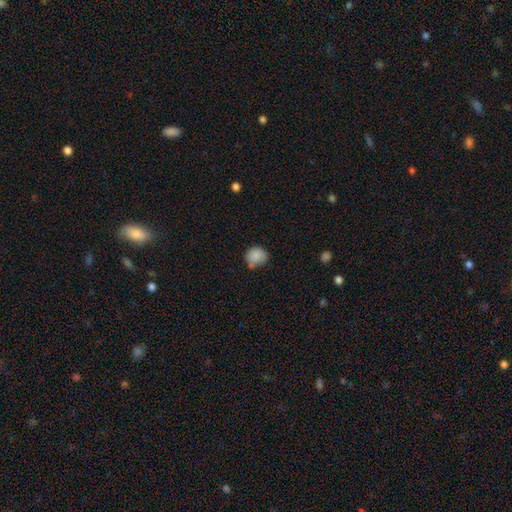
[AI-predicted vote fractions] Smooth or featured? smooth (85%)
How rounded? round (72%)
Merging? none (51%)